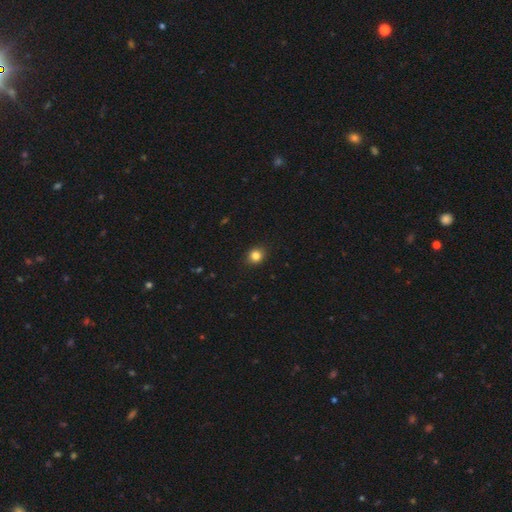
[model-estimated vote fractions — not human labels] Overall: smooth (84%). How rounded: round (75%). Merging: none (89%).